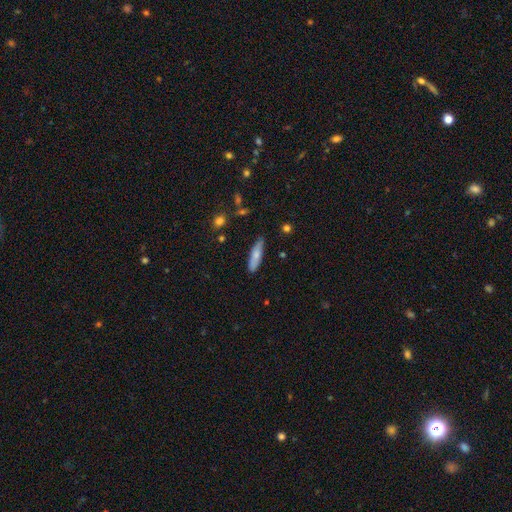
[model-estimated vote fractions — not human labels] Overall: smooth (72%). How rounded: cigar-shaped (69%; in between 29%). Merging: none (77%).